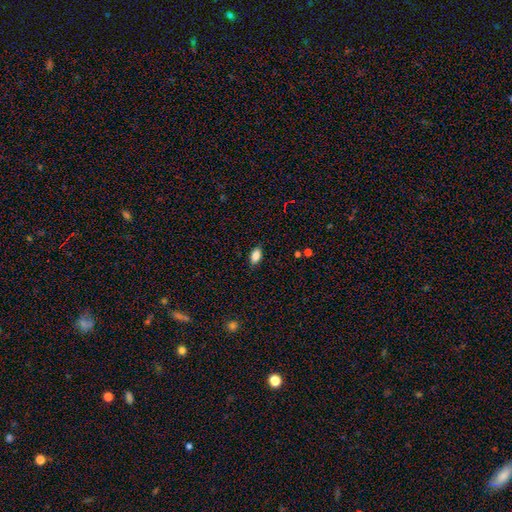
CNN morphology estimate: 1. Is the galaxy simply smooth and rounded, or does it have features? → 85% smooth, 9% star or artifact, 6% featured or disk.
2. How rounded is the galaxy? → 89% in between, 6% round, 4% cigar-shaped.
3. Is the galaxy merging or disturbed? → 86% none, 11% minor disturbance, 2% major disturbance, 1% merger.